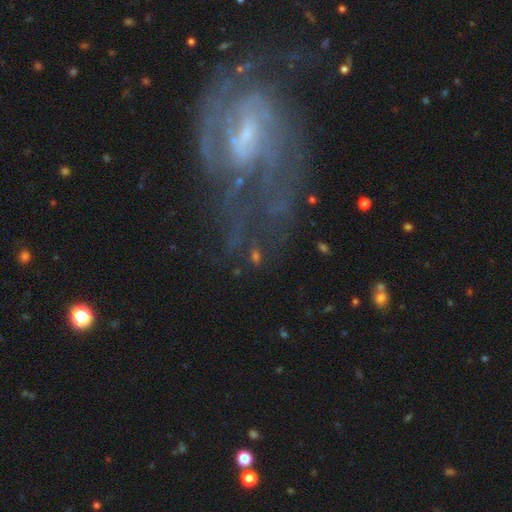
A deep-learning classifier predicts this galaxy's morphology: smooth-or-featured: featured or disk: 50% | star or artifact: 29% | smooth: 21%
  disk-edge-on: no: 92% | yes: 8%
  merging: none: 62% | minor disturbance: 16% | major disturbance: 15% | merger: 7%